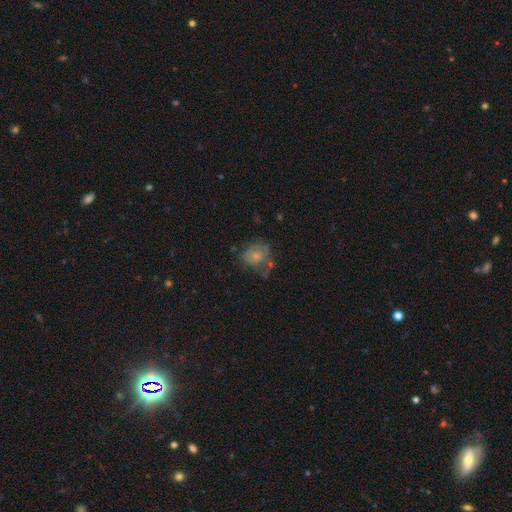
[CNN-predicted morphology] smooth-or-featured: smooth: 57% | featured or disk: 33% | star or artifact: 10%
  how-rounded: round: 66% | in between: 33% | cigar-shaped: 1%
  merging: none: 43% | minor disturbance: 28% | major disturbance: 20% | merger: 9%